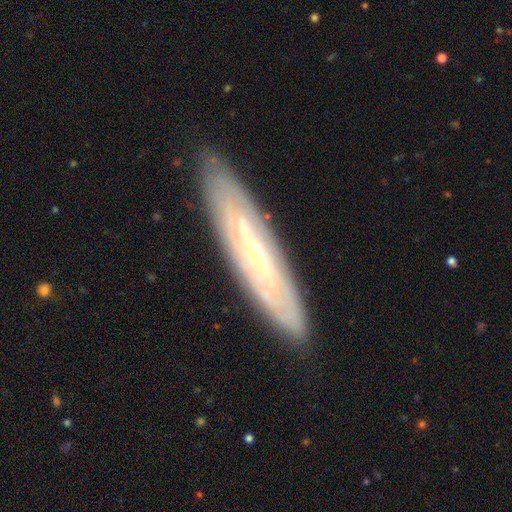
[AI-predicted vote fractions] This is likely a featured or disk galaxy (72%). It is possibly not viewed edge-on (57%). Merging: clearly none (86%).